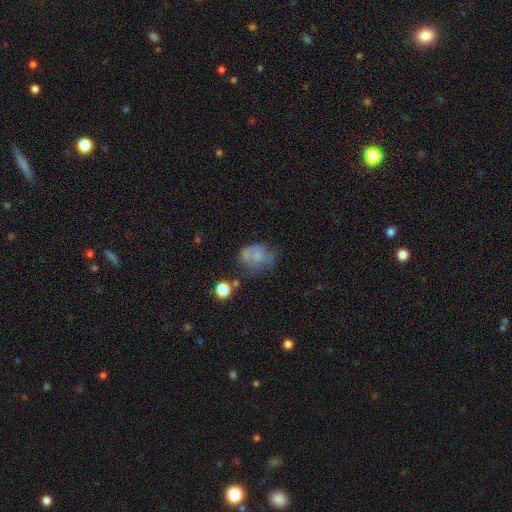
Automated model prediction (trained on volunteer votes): A smooth galaxy with no disk features (49%).

Vote fractions:
- Smooth or featured? smooth: 49% / featured or disk: 37% / star or artifact: 14%
- Merging? none: 45% / minor disturbance: 29% / major disturbance: 20% / merger: 6%